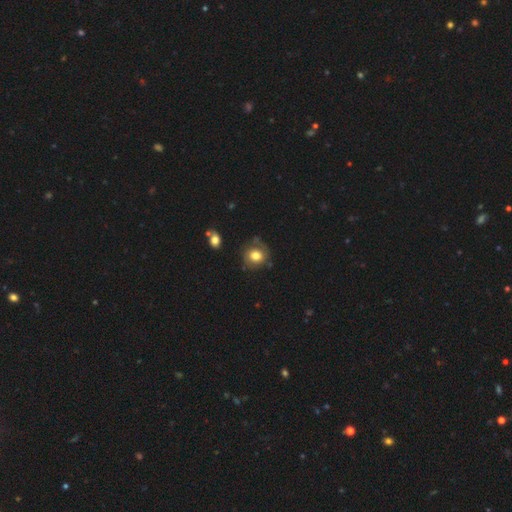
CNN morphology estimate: smooth 74%, featured or disk 17%, star or artifact 9%. Down the decision tree: how rounded — round (78%); merging — none (70%).